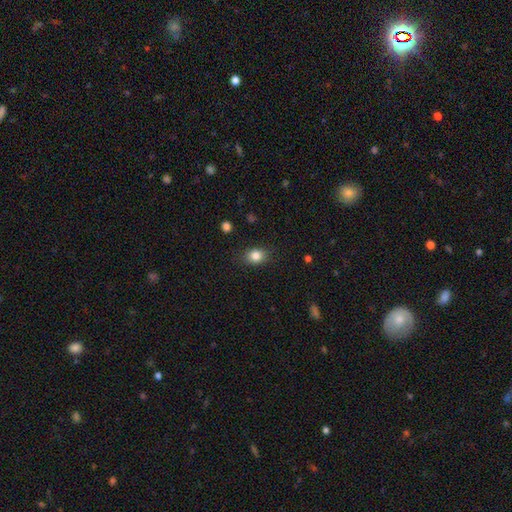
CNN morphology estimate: A smooth galaxy with no disk features (84%) that is in between round and cigar-shaped (59%). Merging: none (83%).